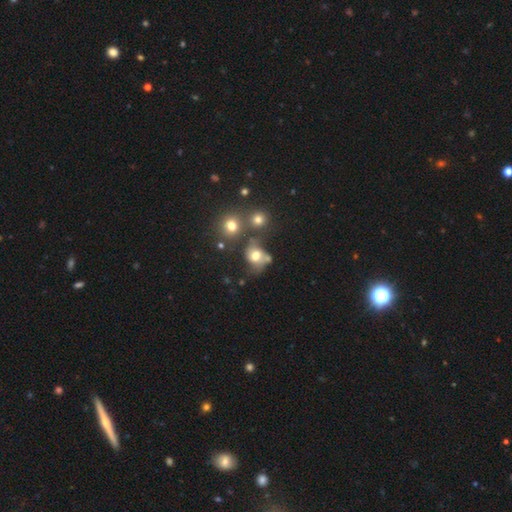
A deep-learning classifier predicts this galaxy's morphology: This is likely a smooth galaxy (63%). How rounded: likely round (61%). Merging: marginally none (44%).